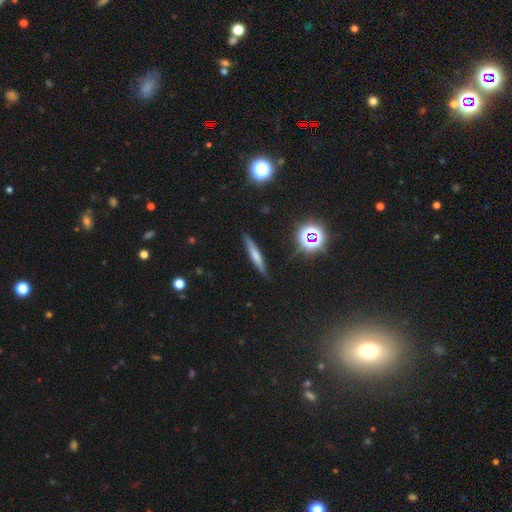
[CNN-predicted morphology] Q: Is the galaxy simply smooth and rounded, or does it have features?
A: smooth — 57%.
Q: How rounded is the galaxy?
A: cigar-shaped — 90%.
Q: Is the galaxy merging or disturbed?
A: none — 84%.